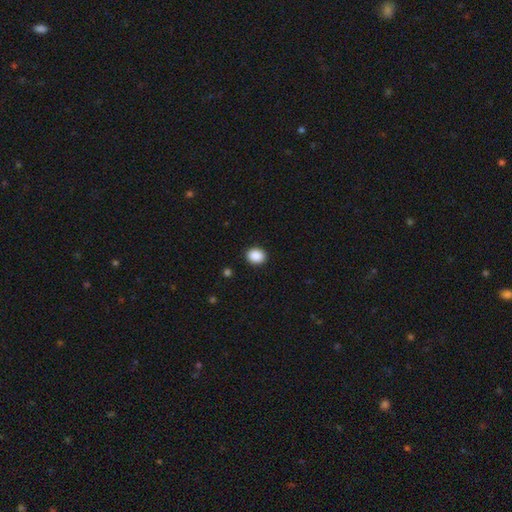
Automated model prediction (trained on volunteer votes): smooth 89%, star or artifact 8%, featured or disk 2%. Down the decision tree: how rounded — round (60%); merging — none (91%).